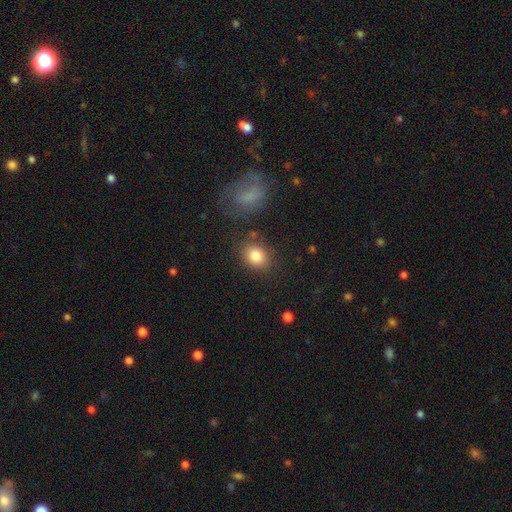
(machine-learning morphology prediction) This appears to be a smooth galaxy with no disk features (84%) that is round (57%). Merging: none (77%).